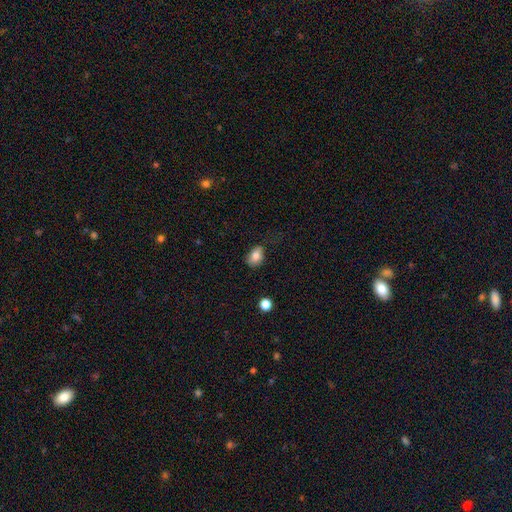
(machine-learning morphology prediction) This is clearly a smooth galaxy (80%). How rounded: likely in between (76%). Merging: possibly none (57%).